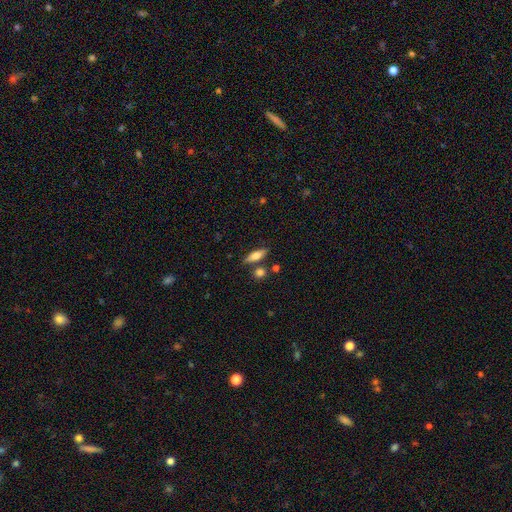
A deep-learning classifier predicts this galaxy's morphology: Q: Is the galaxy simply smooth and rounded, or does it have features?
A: smooth — 71%.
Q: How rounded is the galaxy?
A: in between — 50%.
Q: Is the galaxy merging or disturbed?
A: none — 76%.